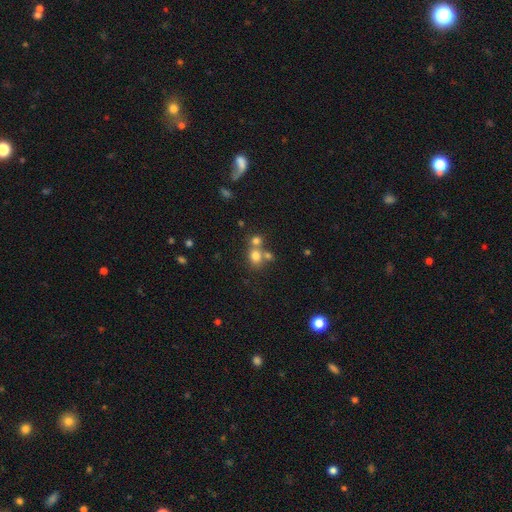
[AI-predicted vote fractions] smooth-or-featured: smooth: 74% | star or artifact: 15% | featured or disk: 11%
  how-rounded: round: 72% | in between: 27% | cigar-shaped: 1%
  merging: none: 46% | merger: 42% | minor disturbance: 8% | major disturbance: 4%